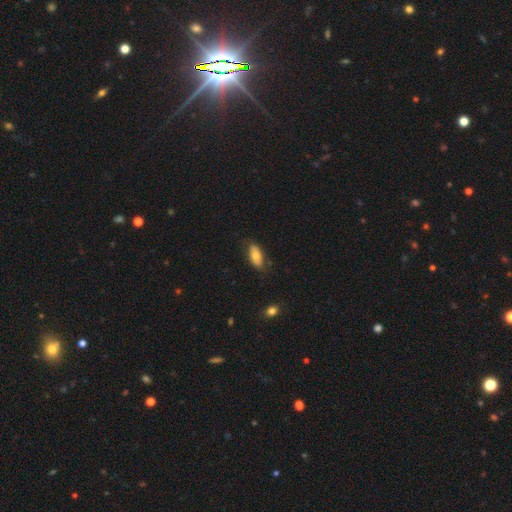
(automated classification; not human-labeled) Smooth or featured?
  - smooth: 71% *
  - featured or disk: 22%
  - star or artifact: 7%
How rounded?
  - in between: 88% *
  - cigar-shaped: 9%
  - round: 3%
Merging?
  - none: 76% *
  - minor disturbance: 19%
  - major disturbance: 4%
  - merger: 1%